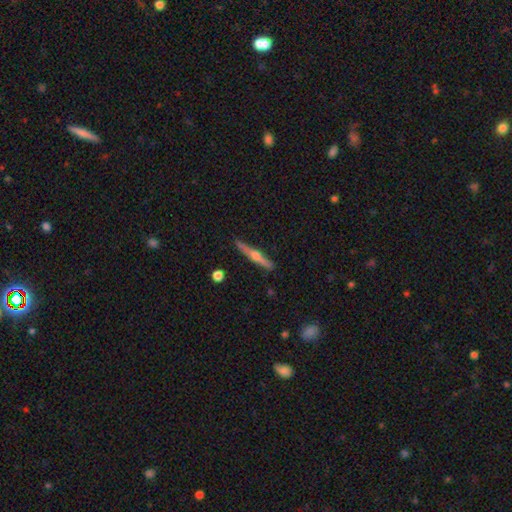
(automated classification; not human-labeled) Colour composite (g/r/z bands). It shows a featured or disk galaxy (70%) viewed edge-on (98%) with a rounded central bulge (92%). Merging: none (90%).